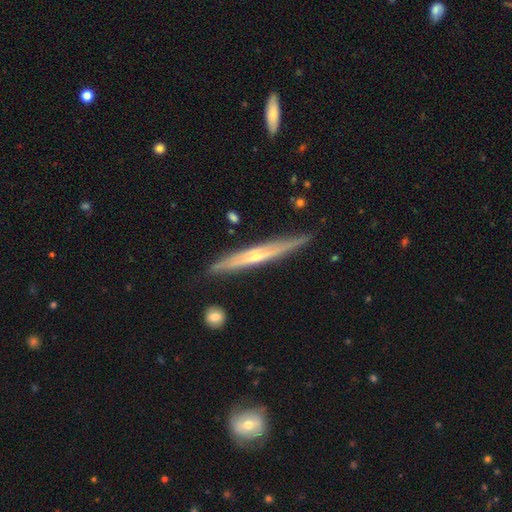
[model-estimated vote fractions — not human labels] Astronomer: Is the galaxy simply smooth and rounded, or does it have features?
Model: featured or disk — 69%.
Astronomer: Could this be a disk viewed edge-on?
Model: yes — 95%.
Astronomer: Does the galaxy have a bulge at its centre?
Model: rounded — 57% (runner-up: none, 38%).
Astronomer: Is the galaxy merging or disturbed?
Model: none — 86%.